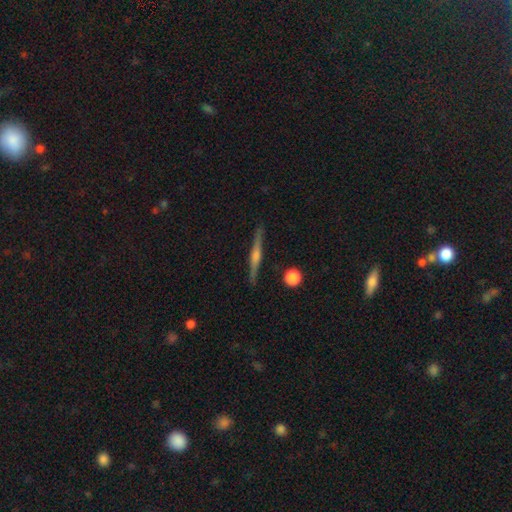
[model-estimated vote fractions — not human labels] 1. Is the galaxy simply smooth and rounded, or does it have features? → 79% featured or disk, 15% smooth, 6% star or artifact.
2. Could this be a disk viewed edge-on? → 98% yes, 2% no.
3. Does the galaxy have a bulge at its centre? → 79% rounded, 12% boxy, 9% none.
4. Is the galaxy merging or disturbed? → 91% none, 6% minor disturbance, 1% major disturbance, 1% merger.